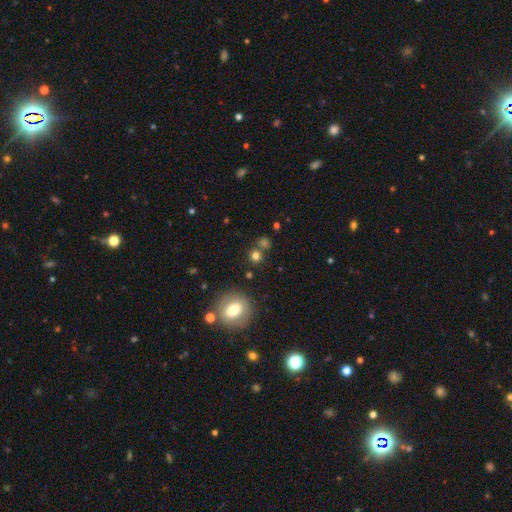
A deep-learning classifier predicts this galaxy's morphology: A smooth galaxy with no disk features (75%) that is round (89%).

Vote fractions:
- Smooth or featured? smooth: 75% / star or artifact: 17% / featured or disk: 8%
- How rounded? round: 89% / in between: 10% / cigar-shaped: 1%
- Merging? none: 73% / merger: 16% / minor disturbance: 8% / major disturbance: 3%